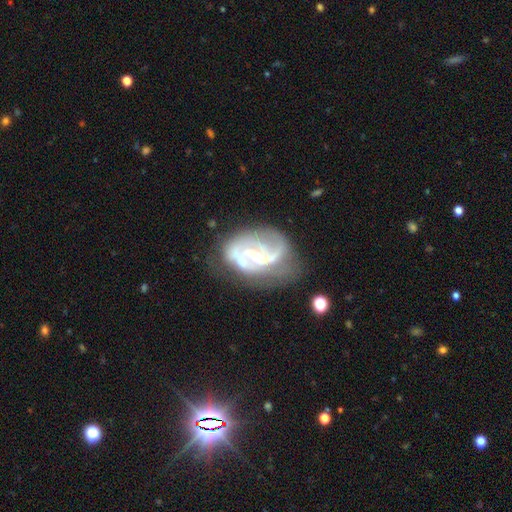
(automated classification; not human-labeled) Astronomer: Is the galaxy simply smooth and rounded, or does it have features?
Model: featured or disk — 83%.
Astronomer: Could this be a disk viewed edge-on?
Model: no — 97%.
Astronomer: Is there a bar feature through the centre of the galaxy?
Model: no — 46% (runner-up: weak, 40%).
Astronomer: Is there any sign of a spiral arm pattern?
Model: yes — 88%.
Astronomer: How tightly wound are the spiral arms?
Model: medium — 45% (runner-up: tight, 36%).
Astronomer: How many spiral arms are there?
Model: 2 — 48%.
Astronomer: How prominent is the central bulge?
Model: small — 66%.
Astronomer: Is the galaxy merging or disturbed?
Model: none — 45% (runner-up: minor disturbance, 26%).